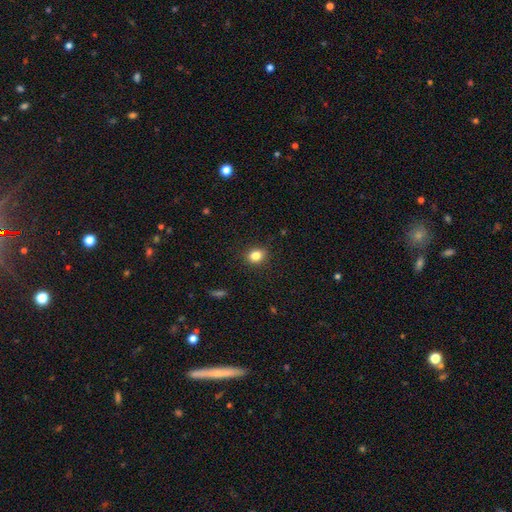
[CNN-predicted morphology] smooth-or-featured: smooth: 83% | star or artifact: 11% | featured or disk: 6%
  how-rounded: round: 57% | in between: 42% | cigar-shaped: 1%
  merging: none: 88% | minor disturbance: 8% | major disturbance: 2% | merger: 1%